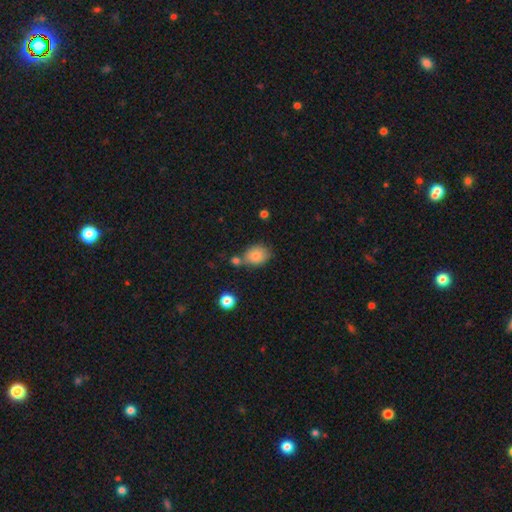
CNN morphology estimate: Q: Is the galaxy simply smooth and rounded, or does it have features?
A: smooth — 84%.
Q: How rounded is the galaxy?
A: in between — 57%.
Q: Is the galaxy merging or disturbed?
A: none — 57%.